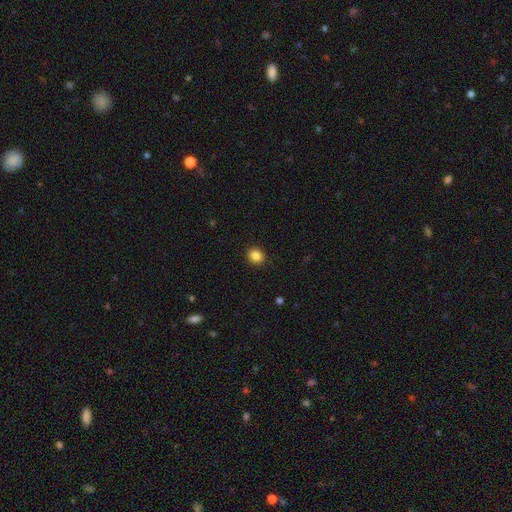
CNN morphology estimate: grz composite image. It shows a smooth galaxy with no disk features (85%) that is round (75%). Merging: none (91%).